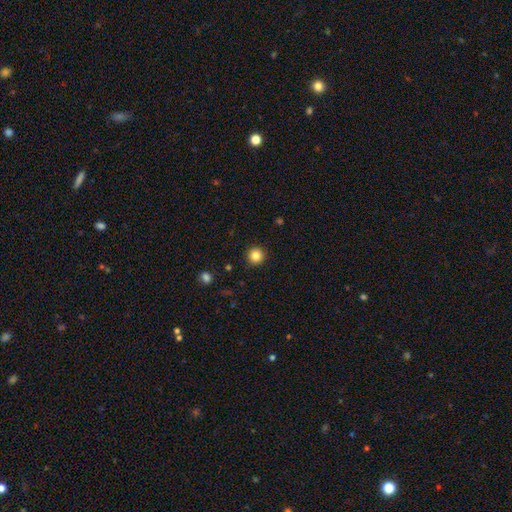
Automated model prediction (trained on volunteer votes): Smooth or featured?
  - smooth: 84% *
  - star or artifact: 11%
  - featured or disk: 5%
How rounded?
  - round: 95% *
  - in between: 4%
  - cigar-shaped: 1%
Merging?
  - none: 93% *
  - minor disturbance: 5%
  - major disturbance: 2%
  - merger: 1%